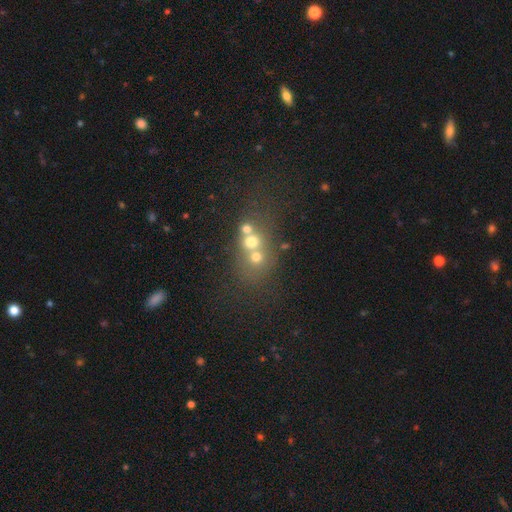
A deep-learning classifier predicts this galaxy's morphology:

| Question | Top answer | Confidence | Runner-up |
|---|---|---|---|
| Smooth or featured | smooth | 52% | featured or disk (27%) |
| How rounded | round | 67% | in between (31%) |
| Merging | merger | 58% | none (31%) |